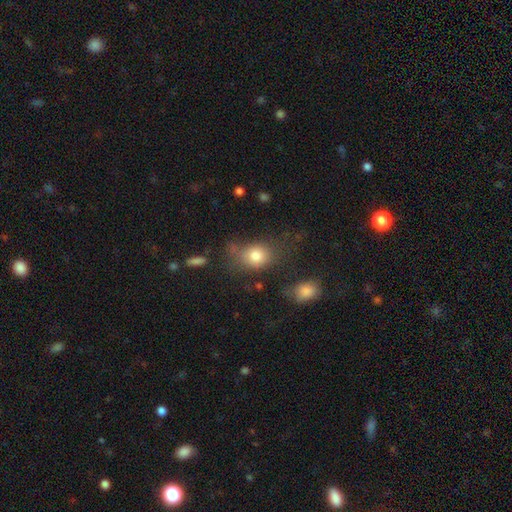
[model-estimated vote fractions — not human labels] The model was most divided on "how rounded": in between: 51%, round: 47%, cigar-shaped: 1%. More confident: smooth or featured — smooth (81%); merging — none (60%).